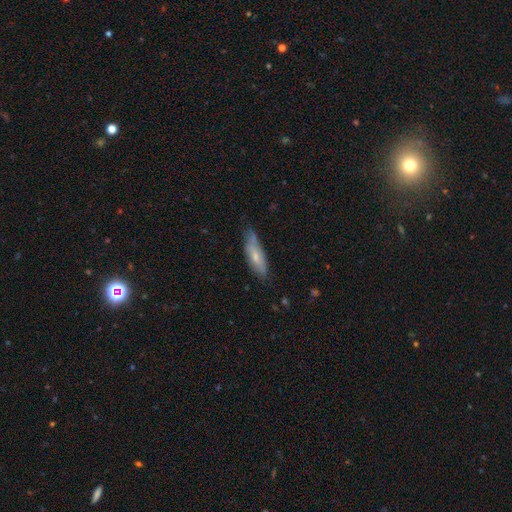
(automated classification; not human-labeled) This is possibly a smooth galaxy (58%). How rounded: possibly in between (50%). Merging: likely none (60%).